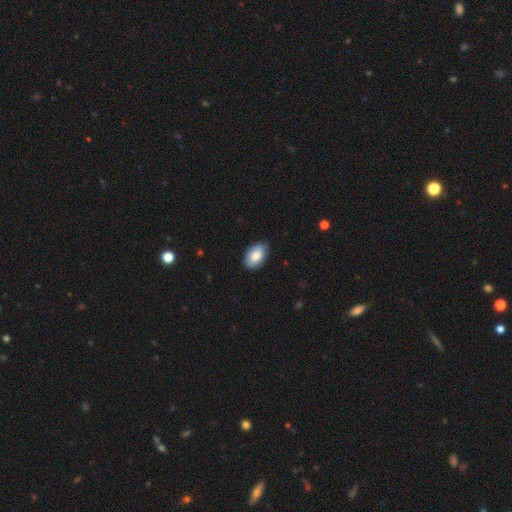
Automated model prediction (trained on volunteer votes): smooth_or_featured: smooth (p=0.82) [alt: featured or disk p=0.12]
how_rounded: in between (p=0.92) [alt: round p=0.07]
merging: none (p=0.82) [alt: minor disturbance p=0.15]